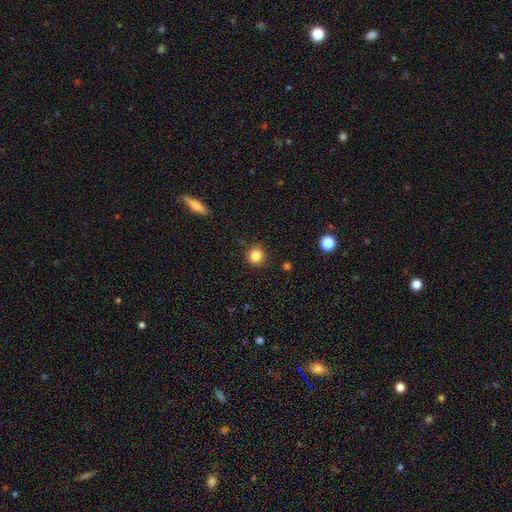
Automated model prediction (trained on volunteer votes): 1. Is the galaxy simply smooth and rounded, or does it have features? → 85% smooth, 11% star or artifact, 4% featured or disk.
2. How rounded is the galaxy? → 93% round, 6% in between, 1% cigar-shaped.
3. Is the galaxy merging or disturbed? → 90% none, 7% minor disturbance, 2% major disturbance, 1% merger.